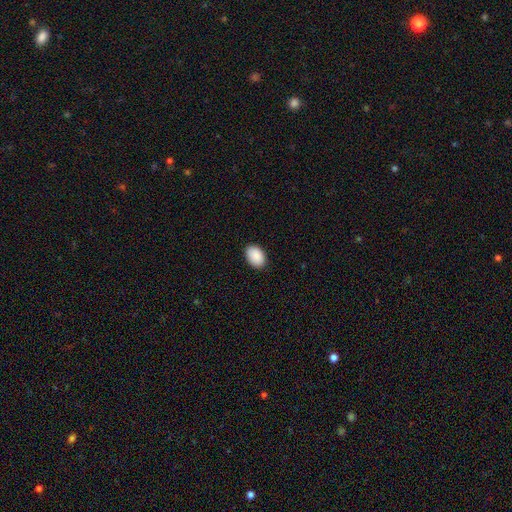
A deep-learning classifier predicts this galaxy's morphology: Q: Smooth or featured?
A: smooth (91%); runner-up: star or artifact (6%)
Q: How rounded?
A: in between (87%); runner-up: round (12%)
Q: Merging?
A: none (89%); runner-up: minor disturbance (8%)